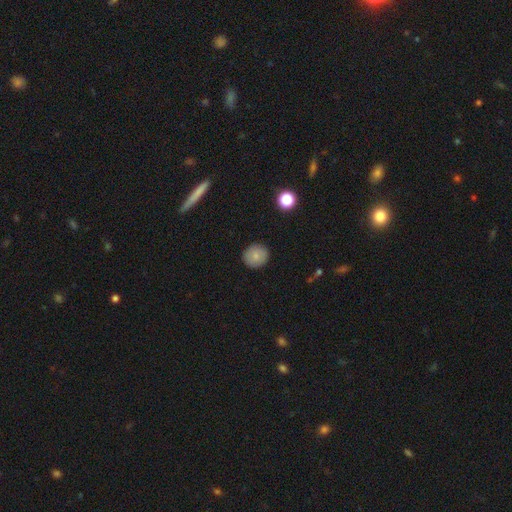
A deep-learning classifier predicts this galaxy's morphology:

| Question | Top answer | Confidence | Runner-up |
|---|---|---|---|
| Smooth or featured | smooth | 80% | featured or disk (11%) |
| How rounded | round | 90% | in between (9%) |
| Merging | none | 90% | minor disturbance (7%) |